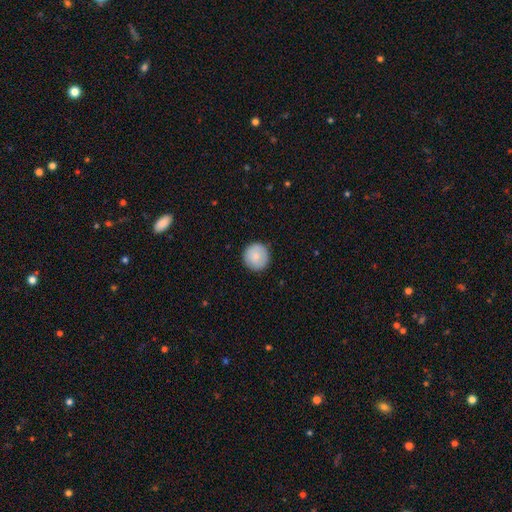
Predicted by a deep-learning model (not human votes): A smooth galaxy with no disk features (82%) that is round (95%).

Vote fractions:
- Smooth or featured? smooth: 82% / featured or disk: 11% / star or artifact: 6%
- How rounded? round: 95% / in between: 4% / cigar-shaped: 1%
- Merging? none: 90% / minor disturbance: 7% / major disturbance: 2% / merger: 1%